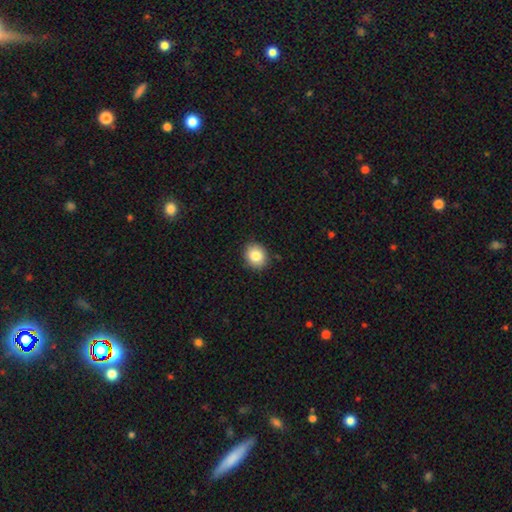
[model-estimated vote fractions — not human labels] Smooth or featured: smooth — 83% (star or artifact — 9%)
How rounded: round — 71% (in between — 28%)
Merging: none — 89% (minor disturbance — 8%)